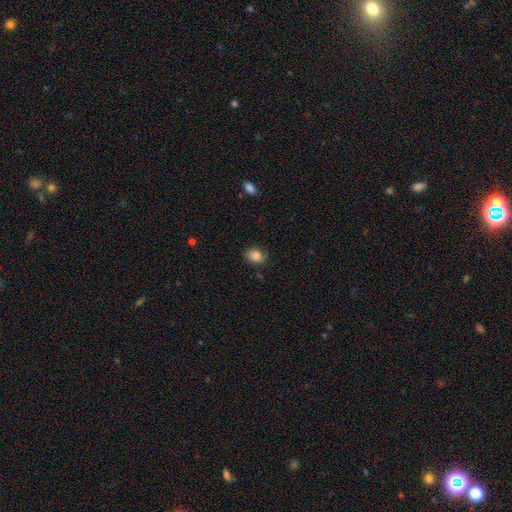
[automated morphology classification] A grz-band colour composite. It shows a smooth galaxy with no disk features (82%) that is in between round and cigar-shaped (58%). Merging: none (75%).